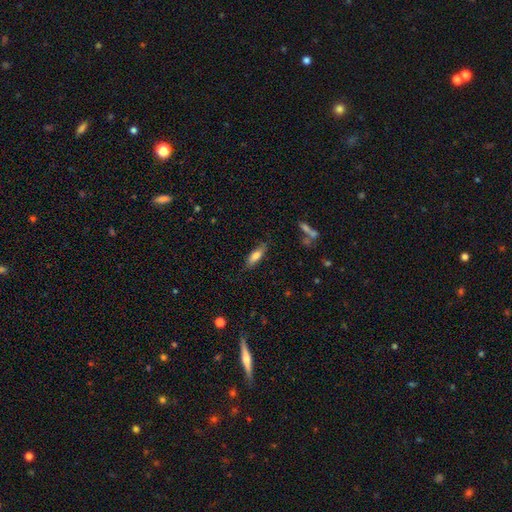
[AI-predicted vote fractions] Smooth or featured? smooth (74%)
How rounded? in between (58%)
Merging? none (76%)